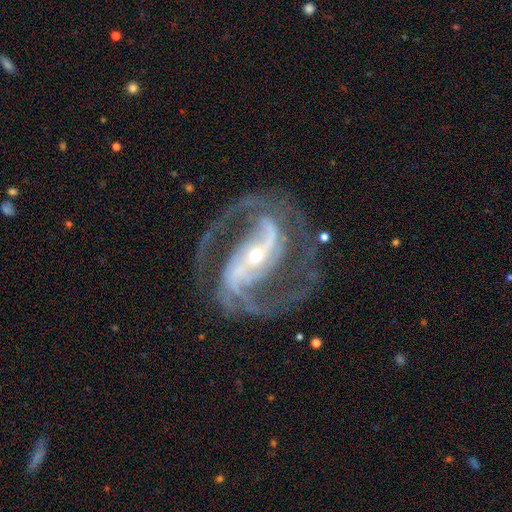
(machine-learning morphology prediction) type=featured or disk (93%); edge-on=no (97%); bar=strong (57%); spiral arms=yes (98%); winding=medium (61%); arm count=2 (79%); bulge=small (64%); merging=none (74%).